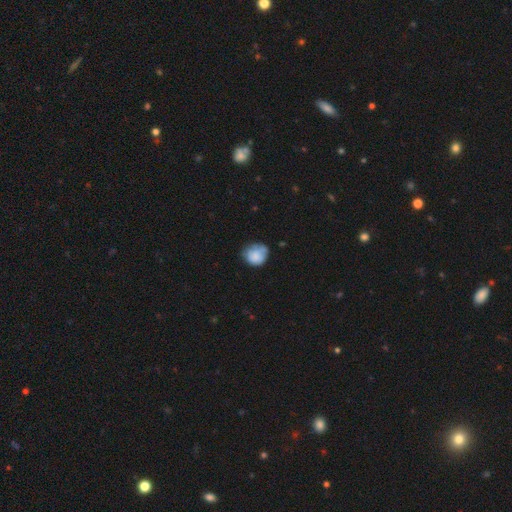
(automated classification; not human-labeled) This appears to be a smooth galaxy with no disk features (76%) that is round (71%). Merging: none (51%).